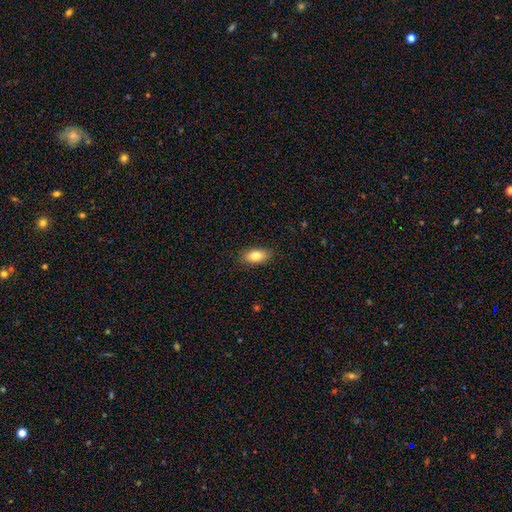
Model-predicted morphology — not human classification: The model was most divided on "smooth or featured": smooth: 81%, featured or disk: 12%, star or artifact: 7%. More confident: how rounded — in between (89%); merging — none (87%).